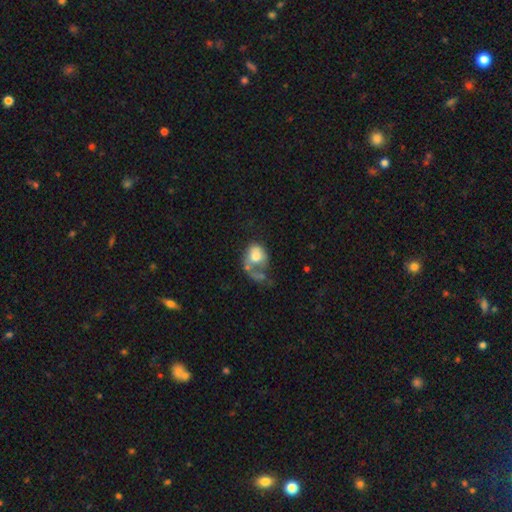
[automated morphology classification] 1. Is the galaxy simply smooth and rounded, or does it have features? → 61% smooth, 31% featured or disk, 8% star or artifact.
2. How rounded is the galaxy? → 52% in between, 47% round, 1% cigar-shaped.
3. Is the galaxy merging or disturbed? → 44% major disturbance, 20% none, 20% merger, 16% minor disturbance.